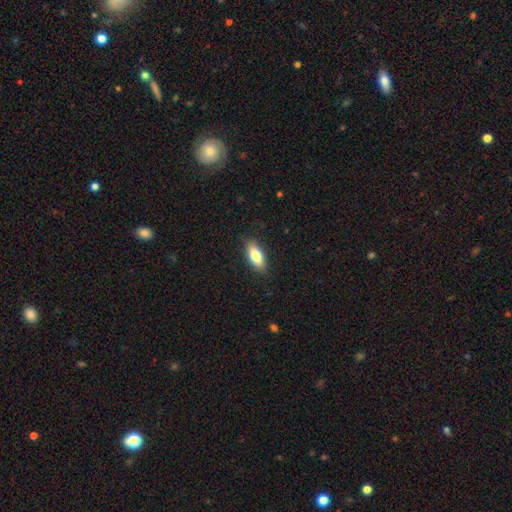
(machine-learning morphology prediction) Smooth or featured: smooth — 77% (featured or disk — 17%)
How rounded: in between — 79% (cigar-shaped — 18%)
Merging: none — 87% (minor disturbance — 10%)